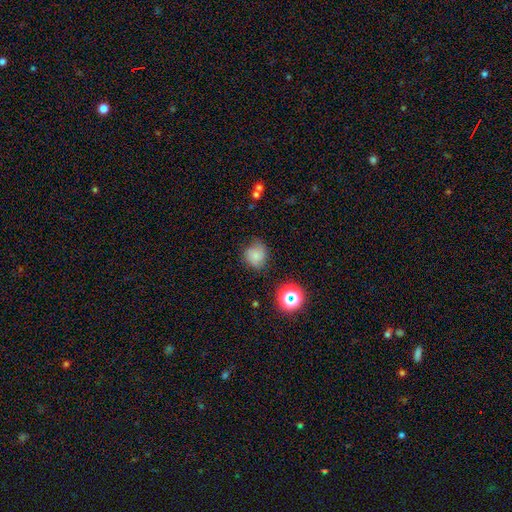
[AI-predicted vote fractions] A smooth galaxy with no disk features (70%) that is round (75%). Merging: none (61%).